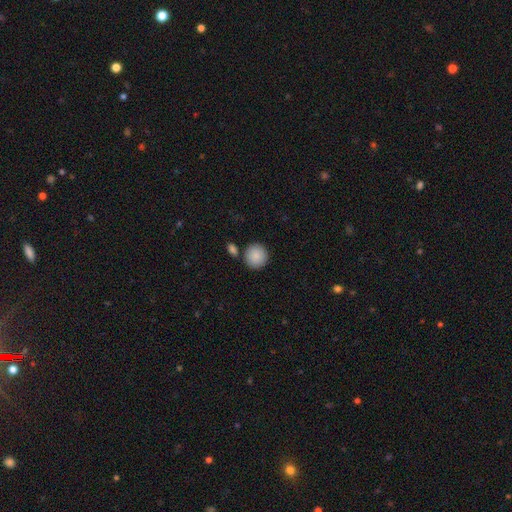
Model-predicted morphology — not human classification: Smooth or featured: smooth — 89% (star or artifact — 7%)
How rounded: round — 91% (in between — 8%)
Merging: none — 82% (merger — 8%)